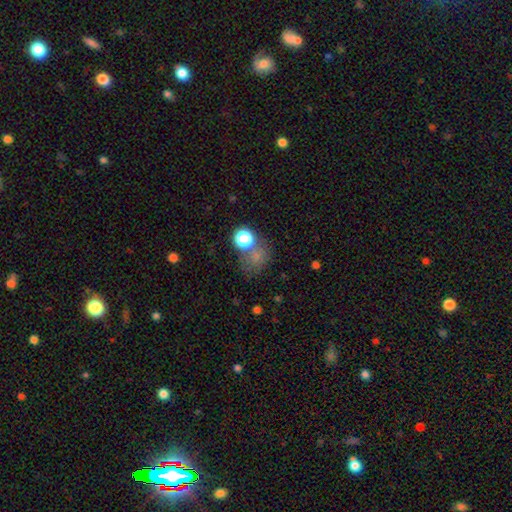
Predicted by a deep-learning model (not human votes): Smooth or featured: smooth — 65% (star or artifact — 24%)
How rounded: round — 66% (in between — 33%)
Merging: none — 49% (merger — 22%)